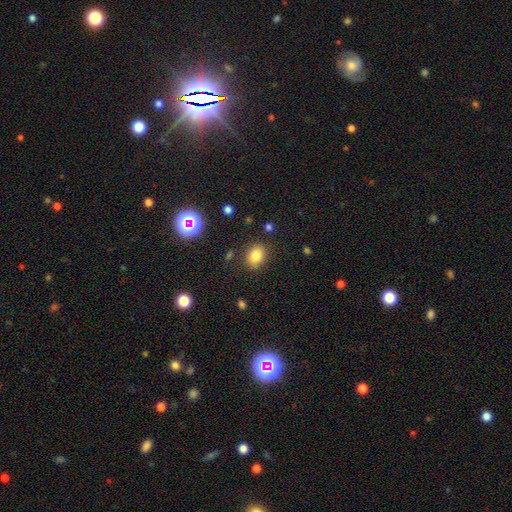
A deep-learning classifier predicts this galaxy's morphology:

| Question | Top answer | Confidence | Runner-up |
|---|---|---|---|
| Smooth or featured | smooth | 81% | star or artifact (13%) |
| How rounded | in between | 56% | round (43%) |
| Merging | none | 83% | minor disturbance (11%) |